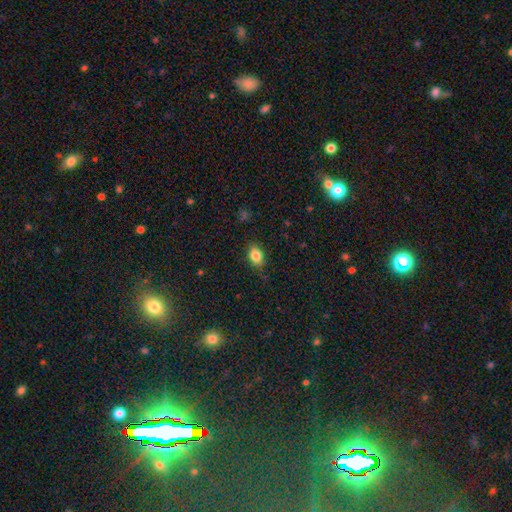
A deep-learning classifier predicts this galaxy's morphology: A smooth galaxy with no disk features (83%) that is in between round and cigar-shaped (79%).

Vote fractions:
- Smooth or featured? smooth: 83% / star or artifact: 9% / featured or disk: 8%
- How rounded? in between: 79% / round: 19% / cigar-shaped: 2%
- Merging? none: 81% / minor disturbance: 15% / major disturbance: 3% / merger: 1%